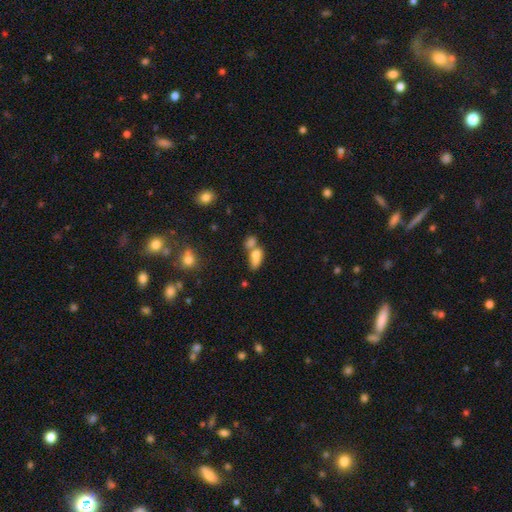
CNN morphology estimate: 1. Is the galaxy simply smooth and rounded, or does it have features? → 71% smooth, 18% featured or disk, 11% star or artifact.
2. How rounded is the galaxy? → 75% in between, 14% round, 10% cigar-shaped.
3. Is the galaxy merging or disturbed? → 58% merger, 24% none, 11% minor disturbance, 7% major disturbance.